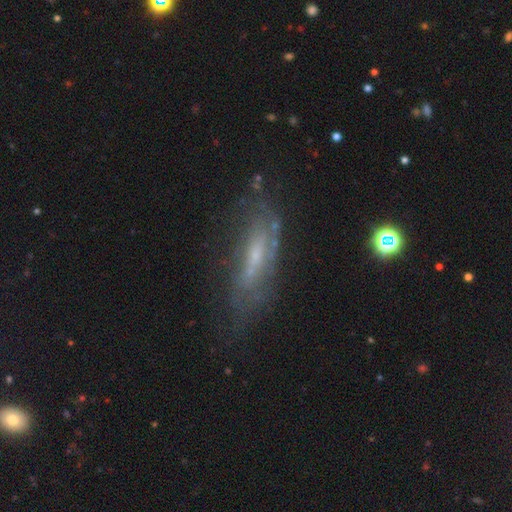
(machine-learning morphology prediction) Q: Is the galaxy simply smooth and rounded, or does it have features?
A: featured or disk — 62%.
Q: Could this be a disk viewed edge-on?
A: no — 64%.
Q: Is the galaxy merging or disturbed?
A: none — 58%.